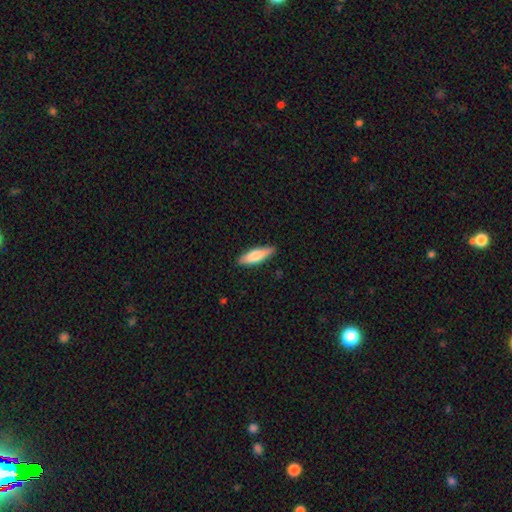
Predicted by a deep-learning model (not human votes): A smooth galaxy with no disk features (72%) that is cigar-shaped (56%). Merging: none (88%).